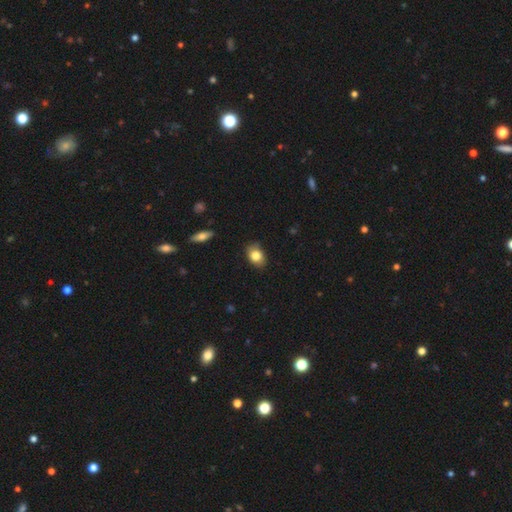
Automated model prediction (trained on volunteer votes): Smooth or featured: smooth — 82% (featured or disk — 11%)
How rounded: in between — 79% (round — 20%)
Merging: none — 80% (minor disturbance — 16%)